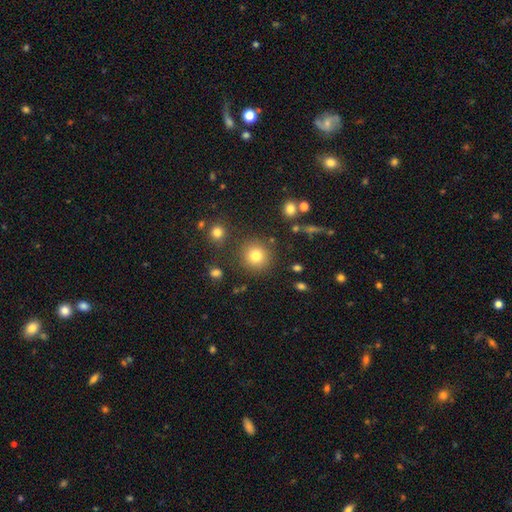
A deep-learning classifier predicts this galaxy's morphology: smooth 80%, star or artifact 13%, featured or disk 8%. Down the decision tree: how rounded — round (92%); merging — none (85%).